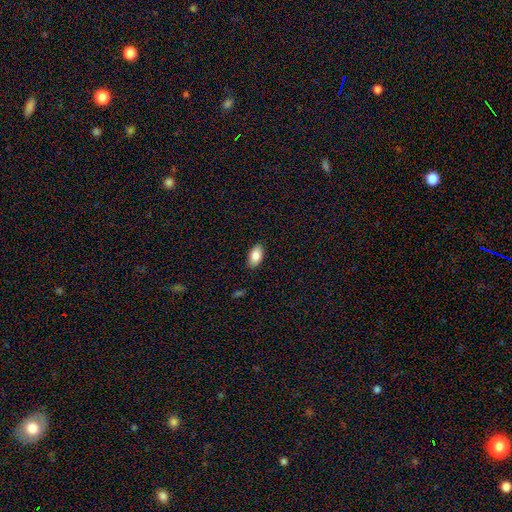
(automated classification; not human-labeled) smooth 86%, featured or disk 7%, star or artifact 7%. Down the decision tree: how rounded — in between (94%); merging — none (87%).